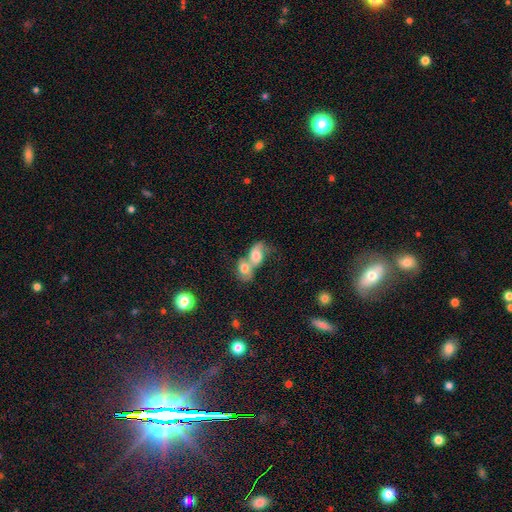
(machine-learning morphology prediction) Q: Smooth or featured?
A: smooth (55%); runner-up: featured or disk (35%)
Q: How rounded?
A: in between (68%); runner-up: round (30%)
Q: Merging?
A: merger (81%); runner-up: none (9%)